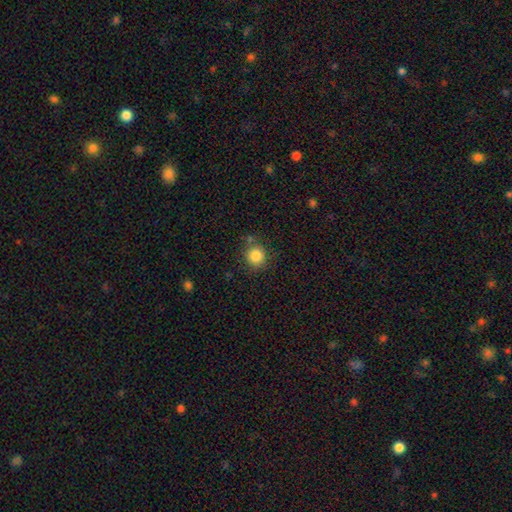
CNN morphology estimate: A smooth galaxy with no disk features (84%) that is round (89%). Merging: none (79%).